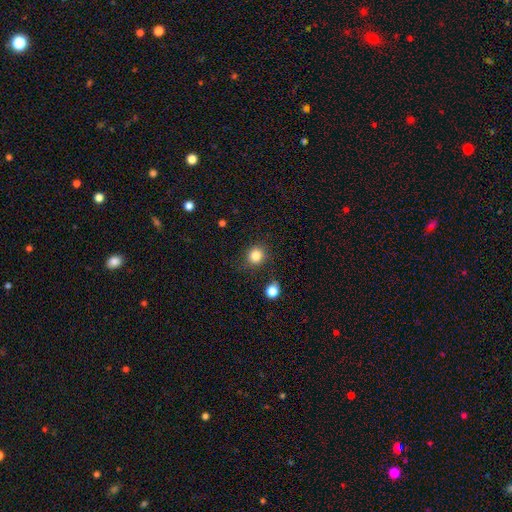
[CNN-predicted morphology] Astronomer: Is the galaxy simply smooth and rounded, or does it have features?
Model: smooth — 83%.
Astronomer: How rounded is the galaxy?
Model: round — 88%.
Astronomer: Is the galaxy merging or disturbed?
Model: none — 83%.